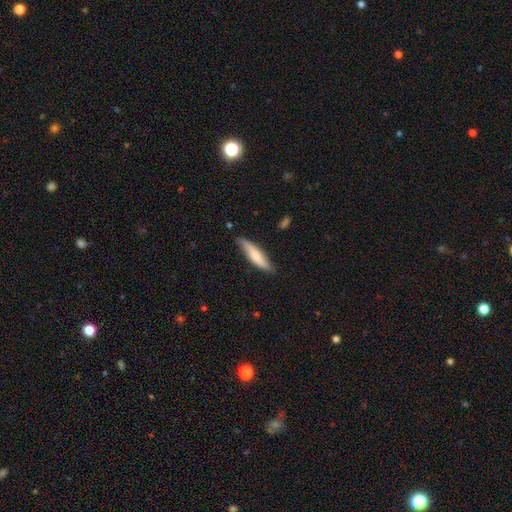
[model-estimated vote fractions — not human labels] A smooth galaxy with no disk features (68%) that is cigar-shaped (77%). Merging: none (75%).